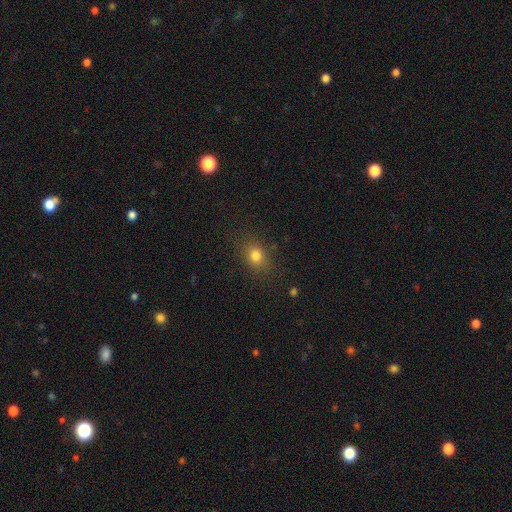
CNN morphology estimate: A smooth galaxy with no disk features (80%) that is in between round and cigar-shaped (54%). Merging: none (83%).